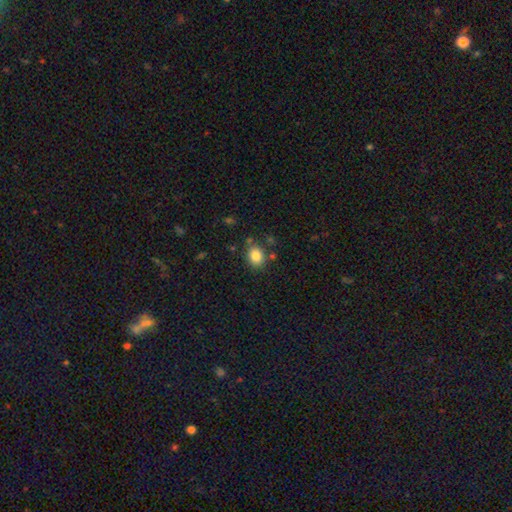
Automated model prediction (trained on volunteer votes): smooth_or_featured: smooth (p=0.85) [alt: star or artifact p=0.09]
how_rounded: in between (p=0.52) [alt: round p=0.47]
merging: none (p=0.79) [alt: minor disturbance p=0.12]